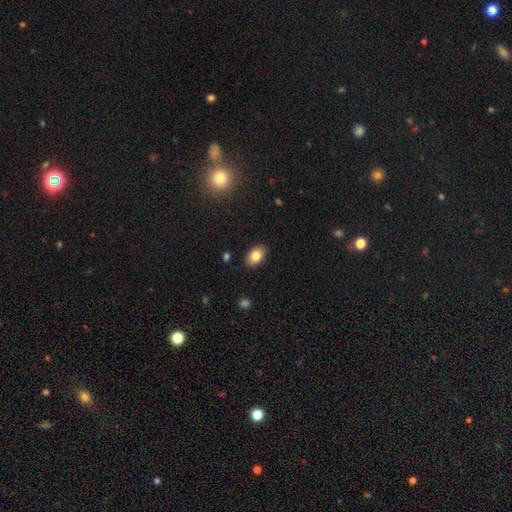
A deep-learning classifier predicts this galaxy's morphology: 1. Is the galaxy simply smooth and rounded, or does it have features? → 80% smooth, 12% featured or disk, 8% star or artifact.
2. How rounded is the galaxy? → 84% in between, 14% round, 1% cigar-shaped.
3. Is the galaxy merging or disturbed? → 88% none, 8% minor disturbance, 2% major disturbance, 1% merger.